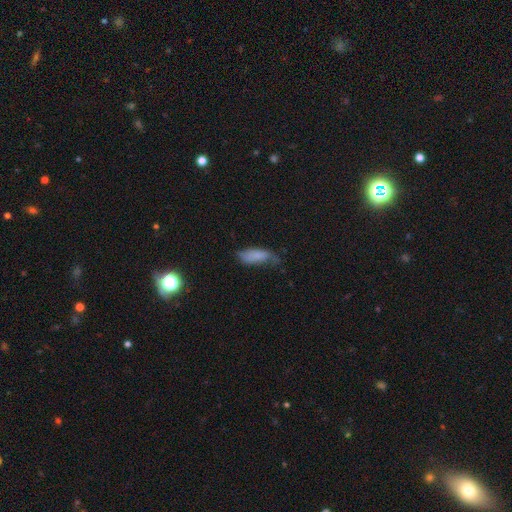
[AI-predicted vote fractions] This is likely a smooth galaxy (74%). How rounded: likely in between (71%). Merging: marginally none (42%).